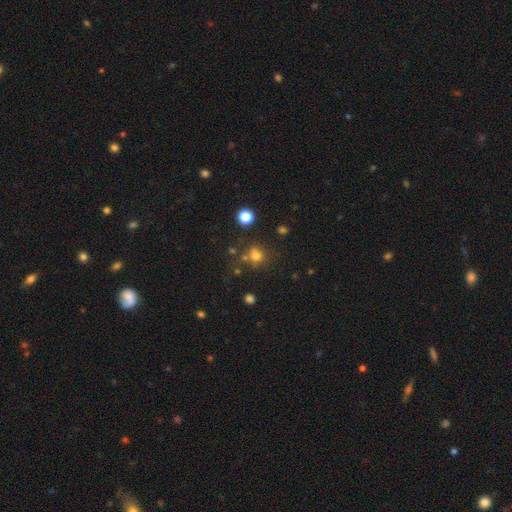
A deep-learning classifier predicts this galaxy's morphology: Smooth or featured?
  - smooth: 70% *
  - star or artifact: 20%
  - featured or disk: 10%
How rounded?
  - round: 79% *
  - in between: 20%
  - cigar-shaped: 1%
Merging?
  - none: 61% *
  - merger: 18%
  - minor disturbance: 14%
  - major disturbance: 7%